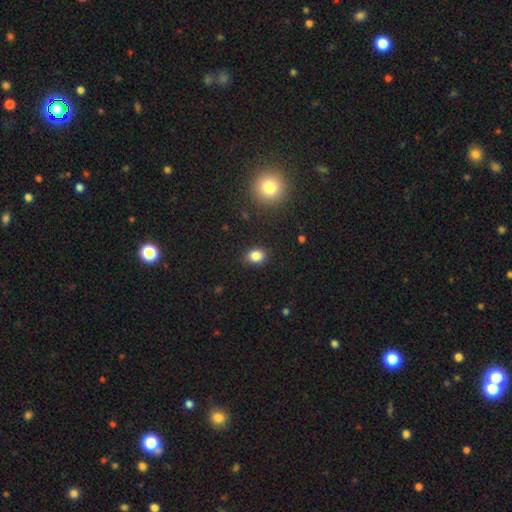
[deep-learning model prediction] smooth 84%, star or artifact 11%, featured or disk 4%. Down the decision tree: how rounded — round (56%); merging — none (85%).